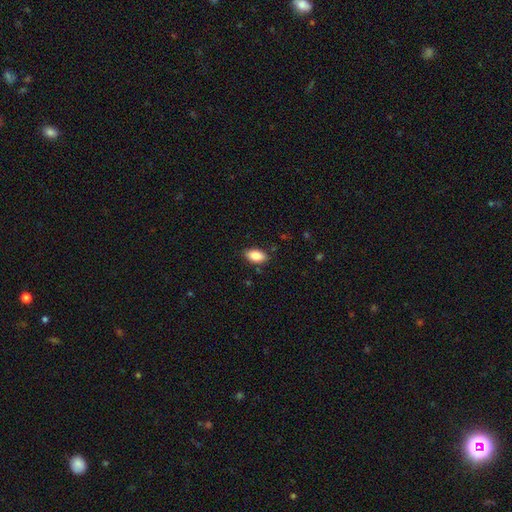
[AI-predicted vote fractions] Overall: smooth (88%). How rounded: in between (93%). Merging: none (86%).